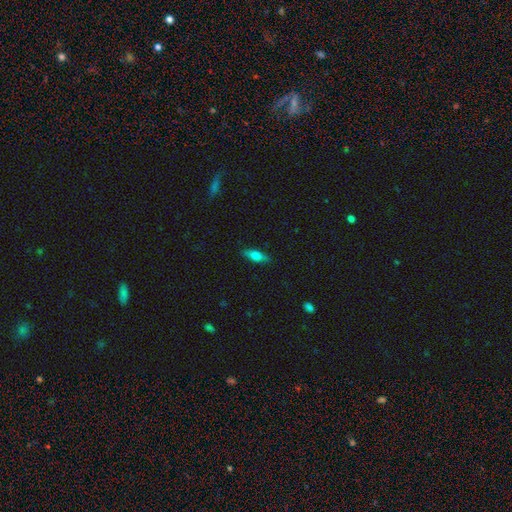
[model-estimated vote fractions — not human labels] Morphology: type=smooth (63%); roundness=in between (54%); merging=none (87%).